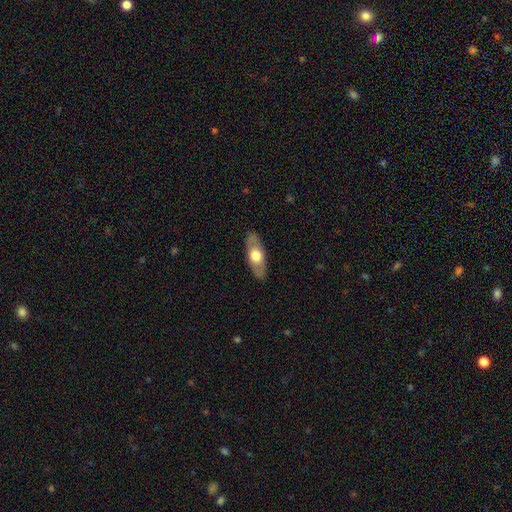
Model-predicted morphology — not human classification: smooth-or-featured: smooth: 51% | featured or disk: 44% | star or artifact: 5%
  how-rounded: in between: 73% | cigar-shaped: 22% | round: 5%
  merging: none: 86% | minor disturbance: 10% | major disturbance: 3% | merger: 1%